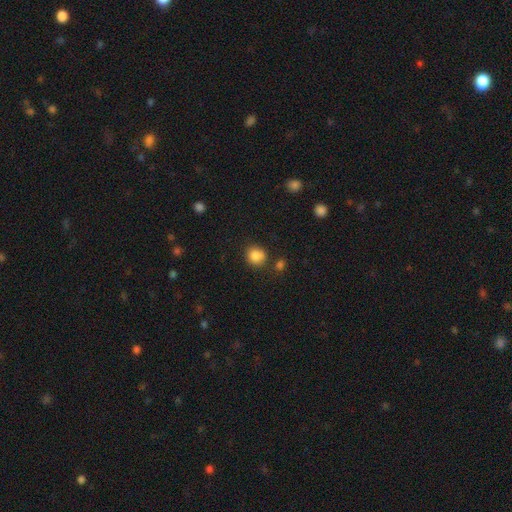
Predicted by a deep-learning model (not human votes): Smooth or featured: smooth — 85% (star or artifact — 10%)
How rounded: round — 82% (in between — 17%)
Merging: none — 69% (minor disturbance — 16%)